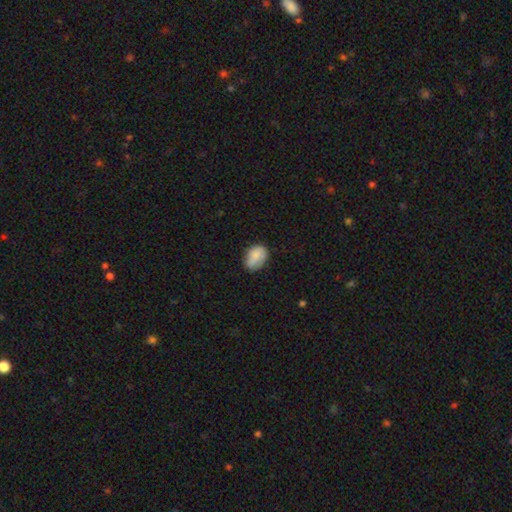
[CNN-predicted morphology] Smooth or featured? smooth (80%)
How rounded? in between (73%)
Merging? none (62%)